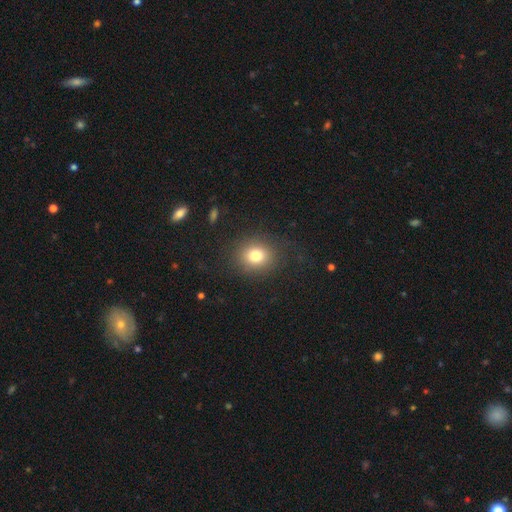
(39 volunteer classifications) Smooth or featured: smooth — 79% (featured or disk — 10%)
How rounded: round — 81% (in between — 19%)
Merging: none — 80% (minor disturbance — 17%)